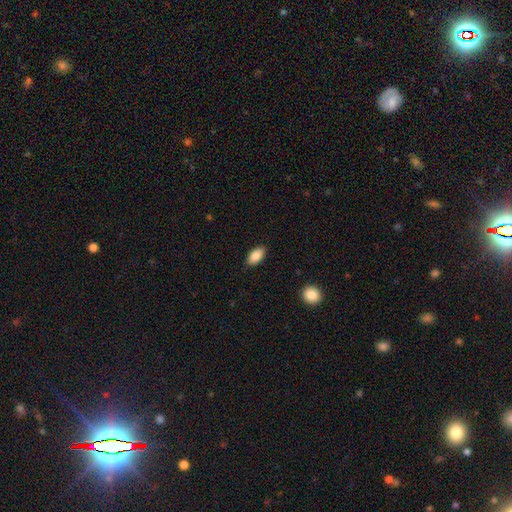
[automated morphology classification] A smooth galaxy with no disk features (86%) that is in between round and cigar-shaped (93%).

Vote fractions:
- Smooth or featured? smooth: 86% / featured or disk: 7% / star or artifact: 7%
- How rounded? in between: 93% / round: 4% / cigar-shaped: 4%
- Merging? none: 87% / minor disturbance: 9% / major disturbance: 2% / merger: 1%